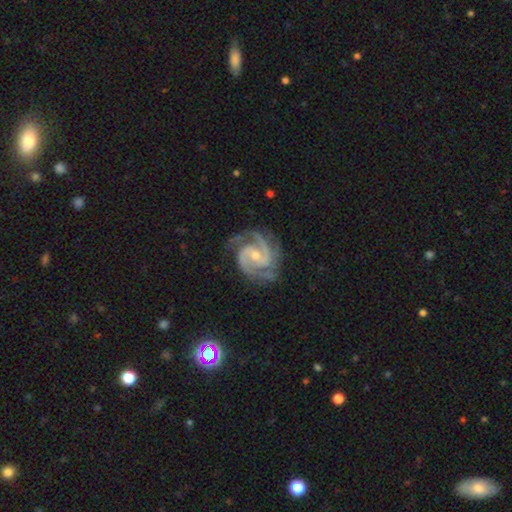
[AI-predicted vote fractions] Smooth or featured: featured or disk — 94% (star or artifact — 4%)
Edge-on disk: no — 98% (yes — 2%)
Bar: no — 47% (weak — 40%)
Spiral arms: yes — 99% (no — 1%)
Spiral winding: tight — 52% (medium — 43%)
Spiral arm count: 2 — 49% (3 — 37%)
Bulge size: moderate — 50% (small — 46%)
Merging: none — 75% (minor disturbance — 17%)